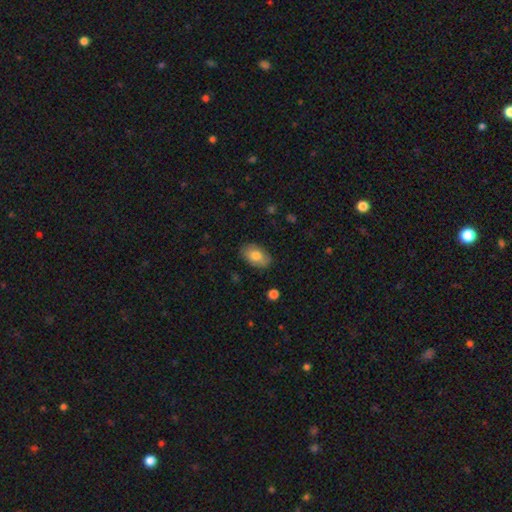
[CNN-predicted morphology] The model was most divided on "smooth or featured": smooth: 78%, featured or disk: 15%, star or artifact: 7%. More confident: how rounded — in between (91%); merging — none (84%).